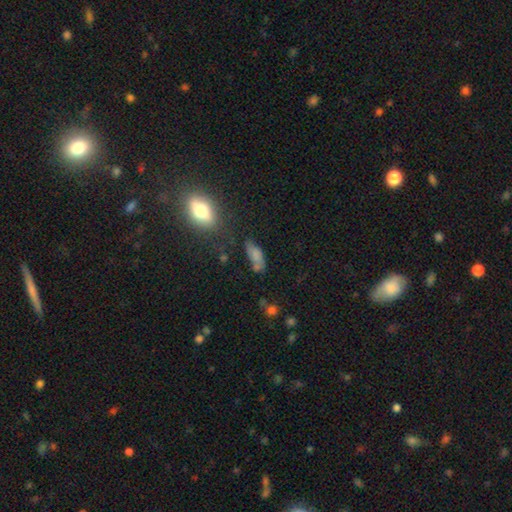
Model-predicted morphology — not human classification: Overall: smooth (69%). How rounded: in between (76%). Merging: none (51%; minor disturbance 25%).